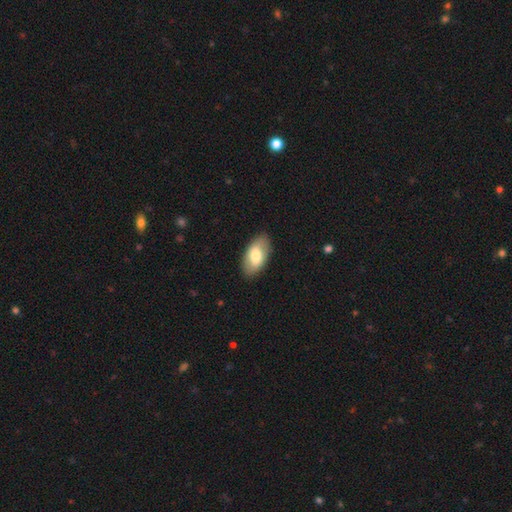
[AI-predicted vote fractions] A smooth galaxy with no disk features (70%) that is in between round and cigar-shaped (94%). Merging: none (86%).